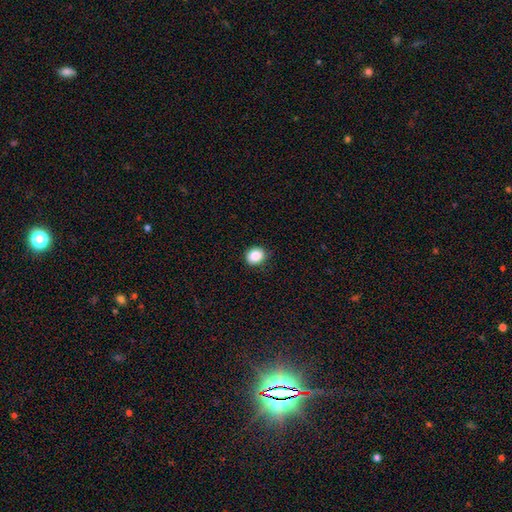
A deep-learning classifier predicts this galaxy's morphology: Smooth or featured? smooth (87%)
How rounded? round (72%)
Merging? none (88%)